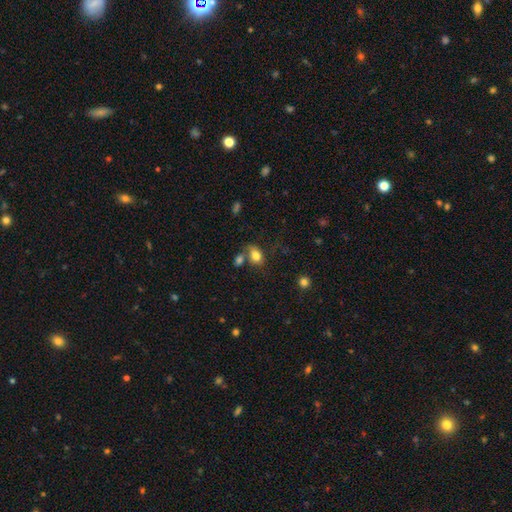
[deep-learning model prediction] A smooth galaxy with no disk features (79%) that is in between round and cigar-shaped (78%).

Vote fractions:
- Smooth or featured? smooth: 79% / featured or disk: 11% / star or artifact: 9%
- How rounded? in between: 78% / round: 20% / cigar-shaped: 2%
- Merging? none: 47% / merger: 26% / minor disturbance: 18% / major disturbance: 9%